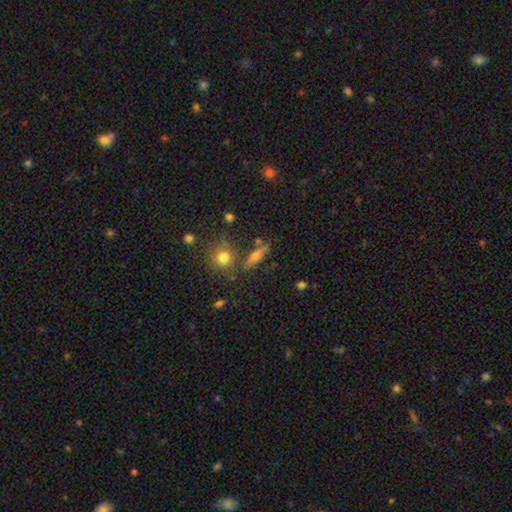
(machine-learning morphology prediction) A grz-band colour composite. It shows a smooth galaxy with no disk features (59%) that is cigar-shaped (51%). Merging: none (74%).